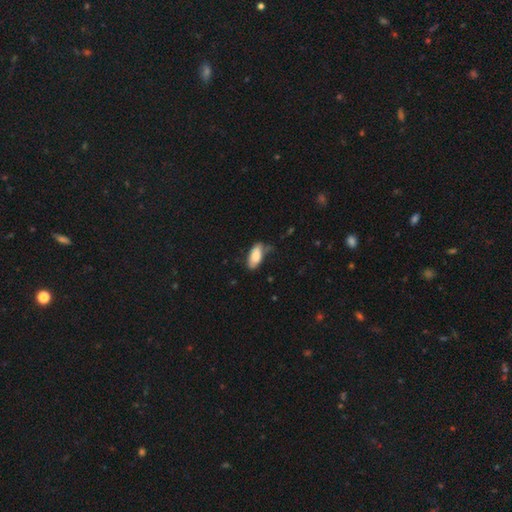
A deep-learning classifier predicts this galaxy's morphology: smooth_or_featured: smooth (p=0.81) [alt: featured or disk p=0.12]
how_rounded: in between (p=0.87) [alt: cigar-shaped p=0.11]
merging: none (p=0.58) [alt: minor disturbance p=0.30]